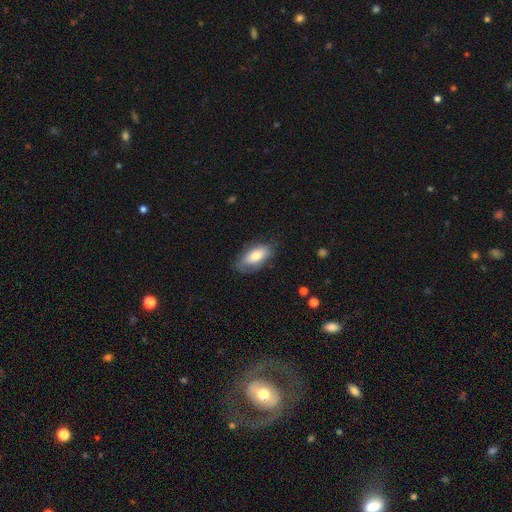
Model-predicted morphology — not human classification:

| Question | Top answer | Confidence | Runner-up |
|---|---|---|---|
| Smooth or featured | smooth | 77% | featured or disk (17%) |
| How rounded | in between | 88% | cigar-shaped (9%) |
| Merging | none | 75% | minor disturbance (19%) |